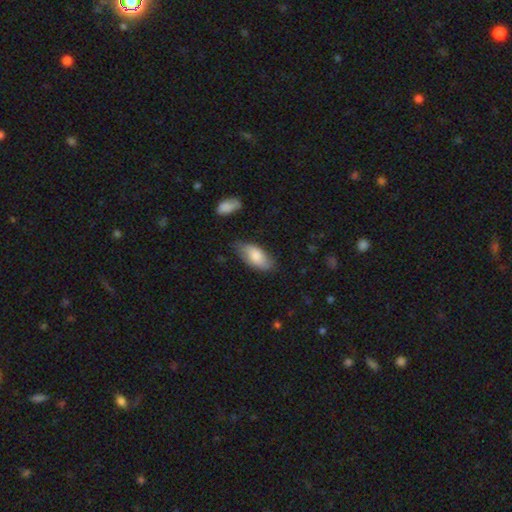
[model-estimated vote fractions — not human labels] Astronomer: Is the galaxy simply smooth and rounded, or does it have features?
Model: smooth — 79%.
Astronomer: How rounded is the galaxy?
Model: in between — 90%.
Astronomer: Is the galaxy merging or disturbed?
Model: none — 70%.